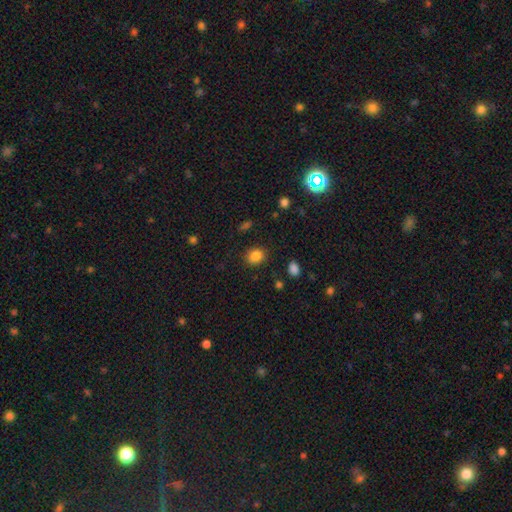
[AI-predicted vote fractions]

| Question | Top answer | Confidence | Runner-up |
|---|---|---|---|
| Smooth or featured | smooth | 84% | star or artifact (11%) |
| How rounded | round | 62% | in between (37%) |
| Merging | none | 87% | minor disturbance (9%) |